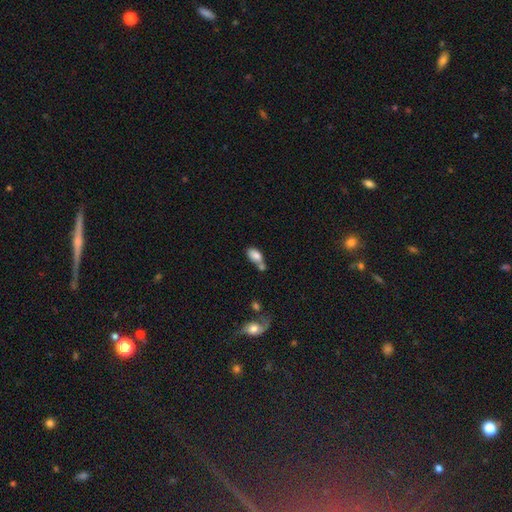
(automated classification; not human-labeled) Smooth or featured? smooth (80%)
How rounded? in between (91%)
Merging? merger (45%)